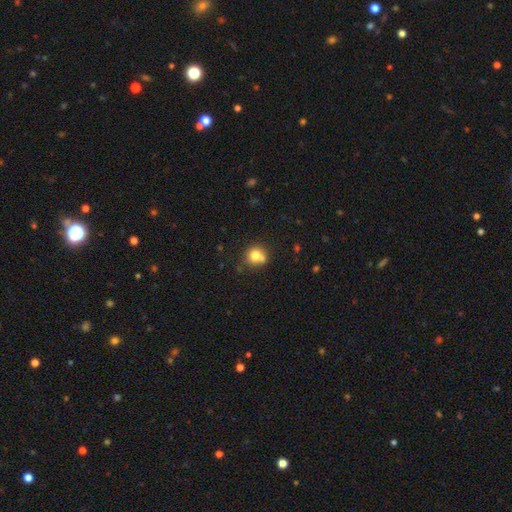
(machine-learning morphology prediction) Smooth or featured? Predicted: smooth (p=0.75). How rounded? Predicted: round (p=0.84). Merging? Predicted: none (p=0.53).